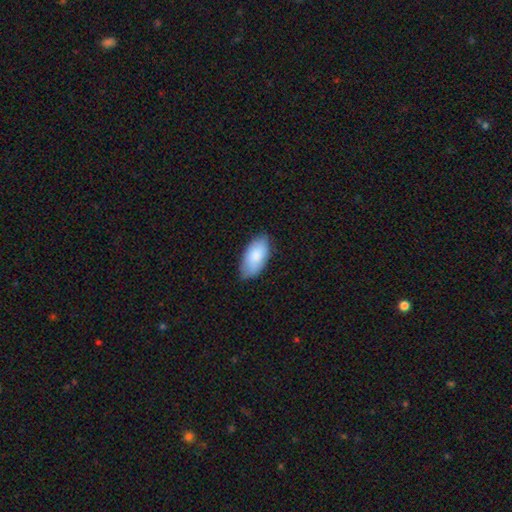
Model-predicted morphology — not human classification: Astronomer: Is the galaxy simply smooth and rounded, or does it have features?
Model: smooth — 85%.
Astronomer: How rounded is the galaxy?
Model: in between — 94%.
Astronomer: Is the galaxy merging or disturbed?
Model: none — 78%.